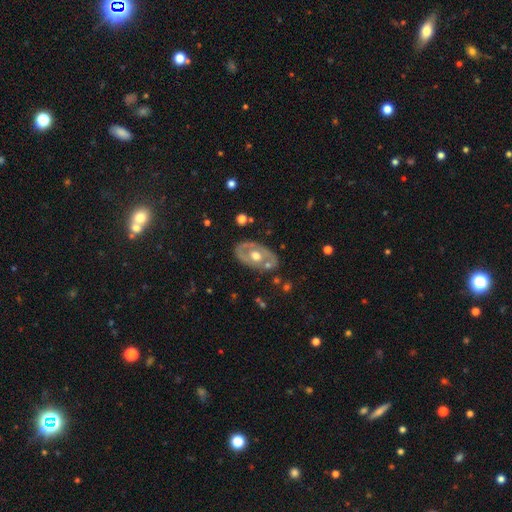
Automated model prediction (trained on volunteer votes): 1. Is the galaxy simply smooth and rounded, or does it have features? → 65% featured or disk, 30% smooth, 5% star or artifact.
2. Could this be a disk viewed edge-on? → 91% no, 9% yes.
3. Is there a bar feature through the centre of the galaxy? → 84% no, 12% weak, 4% strong.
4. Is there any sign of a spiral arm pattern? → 77% no, 23% yes.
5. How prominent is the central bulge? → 73% moderate, 18% large, 6% small, 1% dominant, 1% none.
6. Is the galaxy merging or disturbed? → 75% none, 16% minor disturbance, 5% major disturbance, 3% merger.